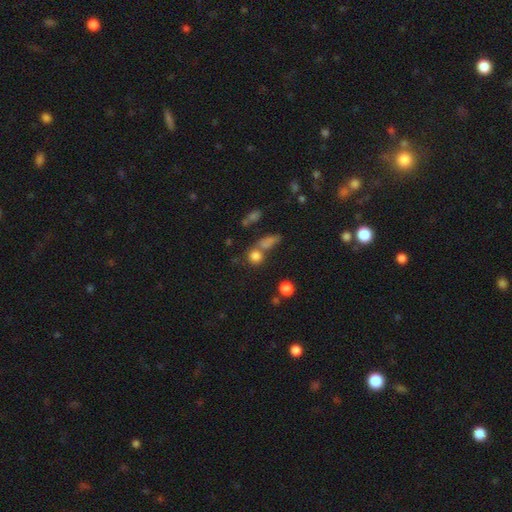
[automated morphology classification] This is likely a smooth galaxy (78%). How rounded: clearly round (84%). Merging: possibly none (55%).